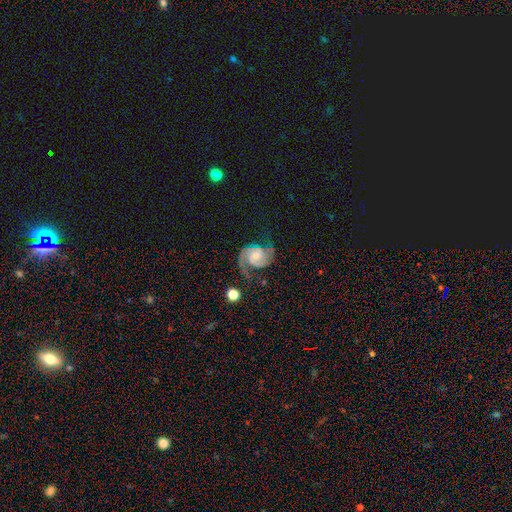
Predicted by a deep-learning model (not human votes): Smooth or featured? featured or disk (88%)
Edge-on disk? no (98%)
Bar? no (61%)
Spiral arms? yes (98%)
Spiral winding? medium (53%)
Spiral arm count? 2 (90%)
Bulge size? small (46%)
Merging? none (64%)